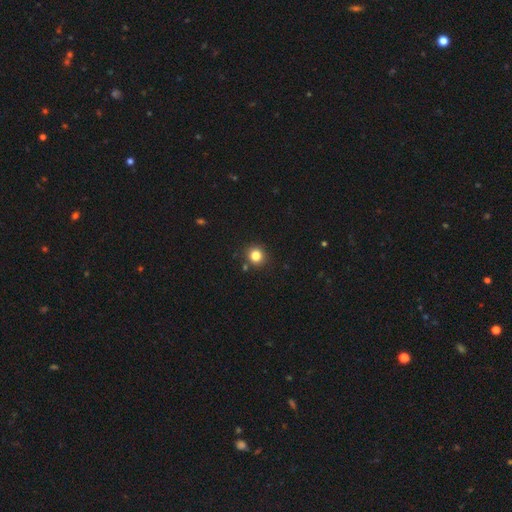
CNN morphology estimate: smooth_or_featured: smooth (p=0.82) [alt: star or artifact p=0.13]
how_rounded: round (p=0.91) [alt: in between p=0.08]
merging: none (p=0.88) [alt: minor disturbance p=0.07]